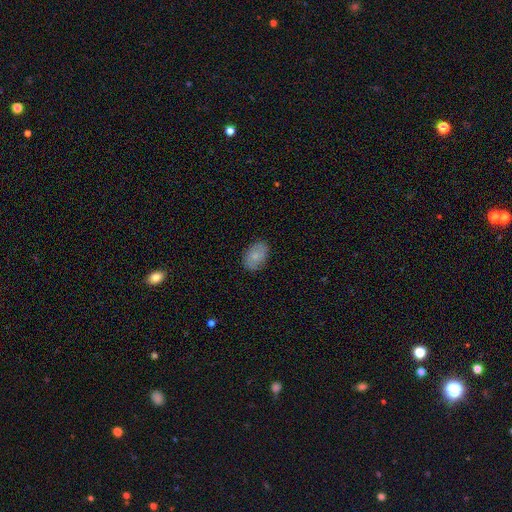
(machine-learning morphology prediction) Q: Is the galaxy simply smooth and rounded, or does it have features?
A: smooth — 77%.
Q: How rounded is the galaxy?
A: in between — 85%.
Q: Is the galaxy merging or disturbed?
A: none — 83%.